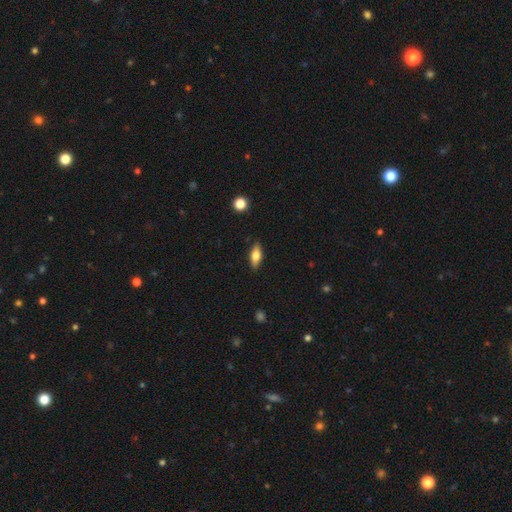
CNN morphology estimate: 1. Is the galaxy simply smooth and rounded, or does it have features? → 67% smooth, 26% featured or disk, 7% star or artifact.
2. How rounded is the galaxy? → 76% in between, 21% cigar-shaped, 3% round.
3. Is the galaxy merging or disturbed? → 86% none, 10% minor disturbance, 2% major disturbance, 1% merger.